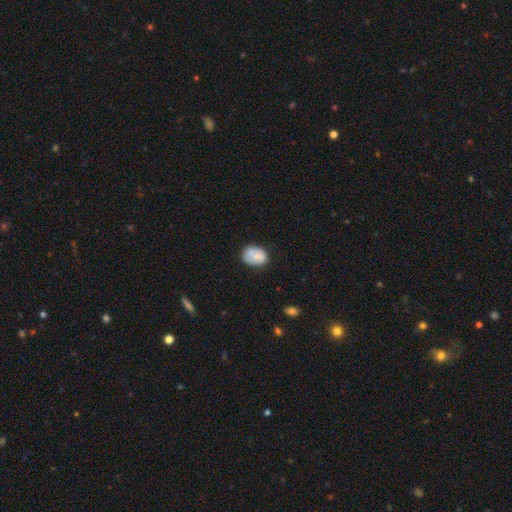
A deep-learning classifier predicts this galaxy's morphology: smooth-or-featured: smooth: 73% | featured or disk: 20% | star or artifact: 7%
  how-rounded: in between: 70% | round: 29% | cigar-shaped: 1%
  merging: none: 65% | minor disturbance: 25% | major disturbance: 6% | merger: 4%